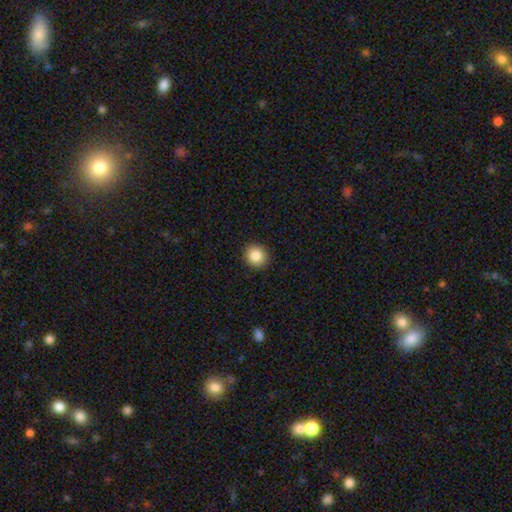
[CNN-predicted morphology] Smooth or featured? Predicted: smooth (p=0.85). How rounded? Predicted: round (p=0.83). Merging? Predicted: none (p=0.92).